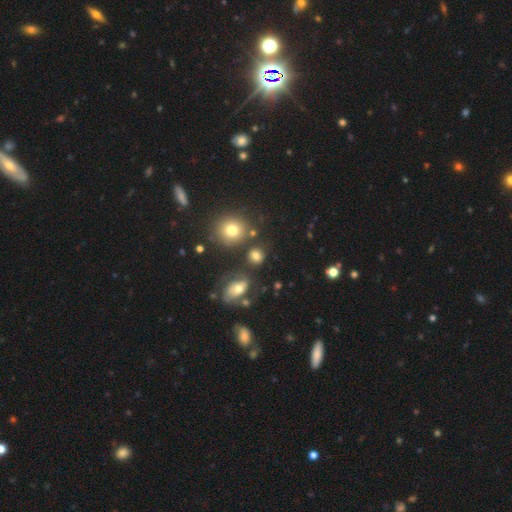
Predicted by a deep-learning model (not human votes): Smooth or featured? Predicted: smooth (p=0.75). How rounded? Predicted: round (p=0.77). Merging? Predicted: none (p=0.73).